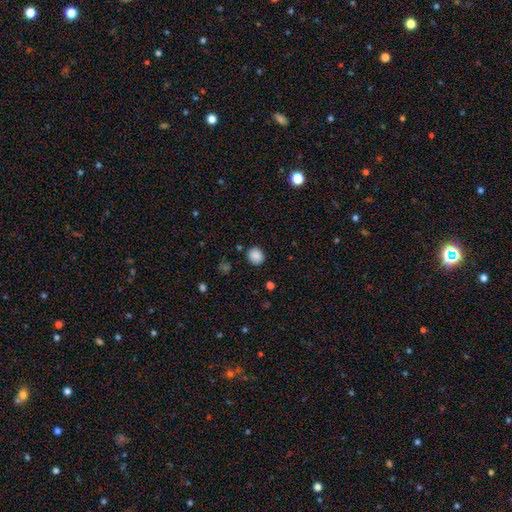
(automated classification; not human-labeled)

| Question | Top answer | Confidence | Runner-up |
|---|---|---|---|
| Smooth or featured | smooth | 87% | star or artifact (10%) |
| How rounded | round | 76% | in between (23%) |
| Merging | none | 88% | minor disturbance (8%) |